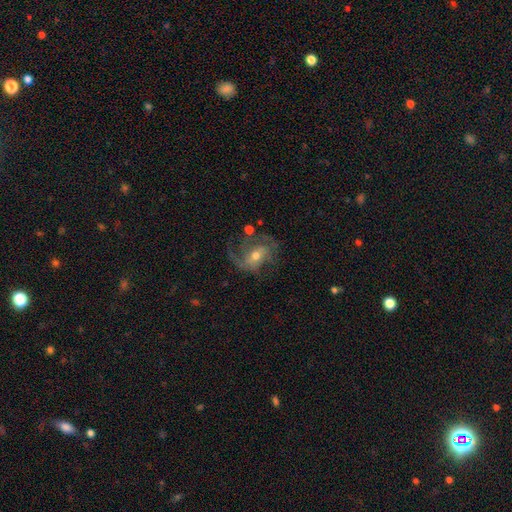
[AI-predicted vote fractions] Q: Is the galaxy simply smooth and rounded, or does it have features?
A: featured or disk — 81%.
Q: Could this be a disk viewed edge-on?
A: no — 97%.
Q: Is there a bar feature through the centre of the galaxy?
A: no — 45%.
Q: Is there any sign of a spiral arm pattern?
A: yes — 92%.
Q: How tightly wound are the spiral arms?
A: medium — 45%.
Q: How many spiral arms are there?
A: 2 — 45%.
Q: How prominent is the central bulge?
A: moderate — 58%.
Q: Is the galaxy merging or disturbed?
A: none — 54%.